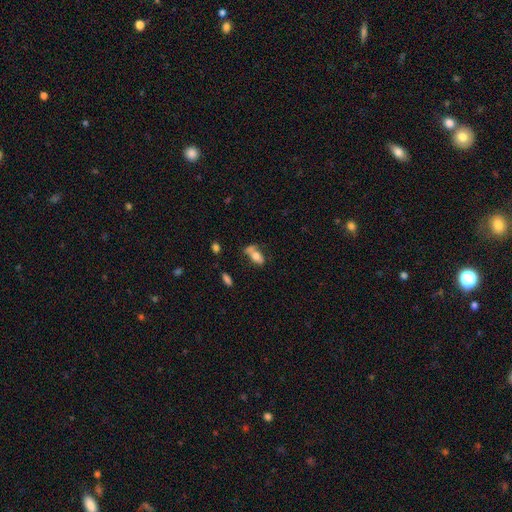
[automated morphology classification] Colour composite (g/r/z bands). It shows a smooth galaxy with no disk features (67%) that is in between round and cigar-shaped (85%). Merging: none (34%).